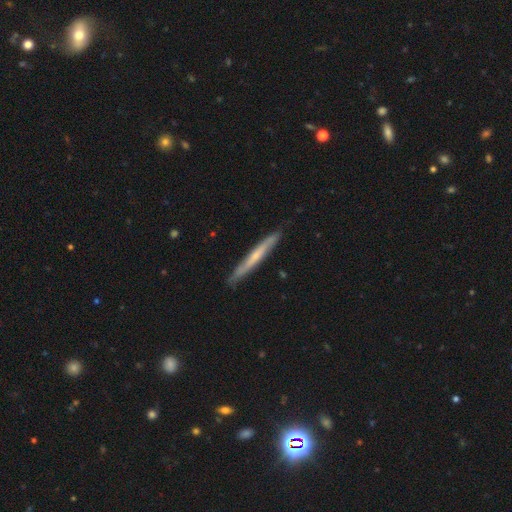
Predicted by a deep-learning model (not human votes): The model was most divided on "smooth or featured": featured or disk: 52%, smooth: 42%, star or artifact: 5%. More confident: edge-on disk — yes (91%); merging — none (87%).